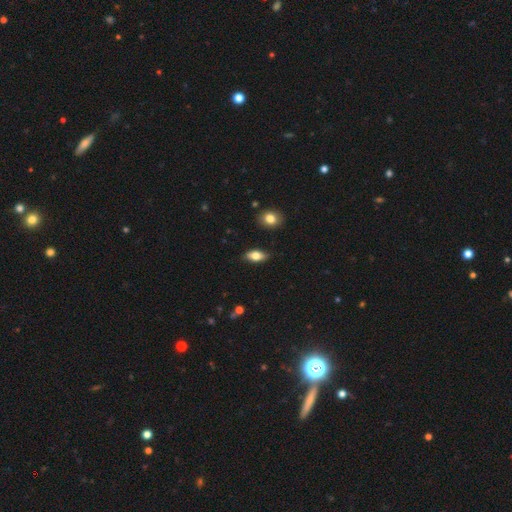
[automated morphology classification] Overall: smooth (75%). How rounded: in between (86%). Merging: none (84%).